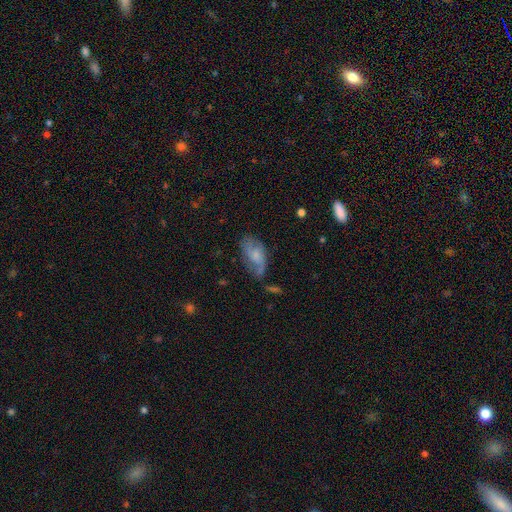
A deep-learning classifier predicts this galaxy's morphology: Smooth or featured: featured or disk — 51% (smooth — 41%)
Edge-on disk: no — 94% (yes — 6%)
Merging: none — 49% (minor disturbance — 30%)